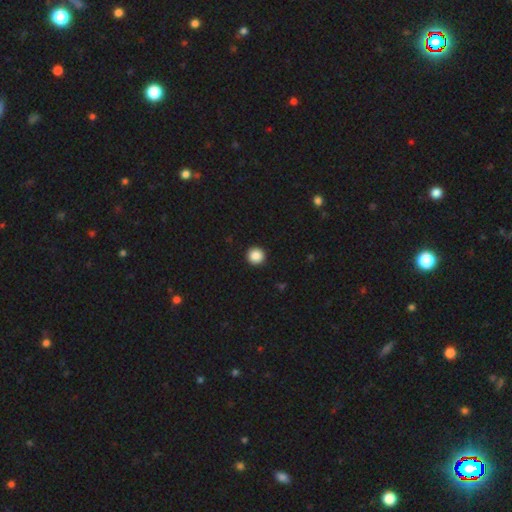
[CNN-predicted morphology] Smooth or featured? Predicted: smooth (p=0.88). How rounded? Predicted: round (p=0.96). Merging? Predicted: none (p=0.94).